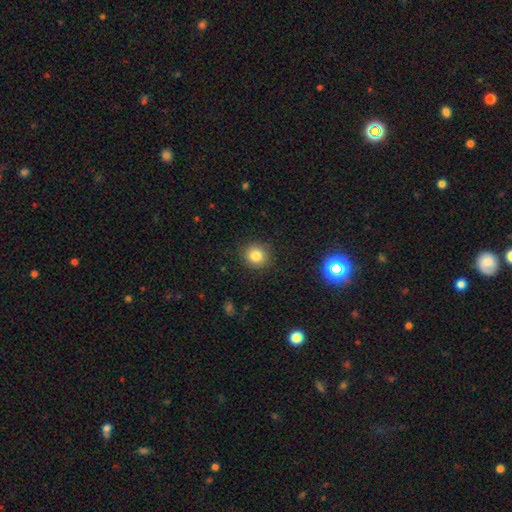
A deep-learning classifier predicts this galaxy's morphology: Overall: smooth (82%). How rounded: round (90%). Merging: none (90%).